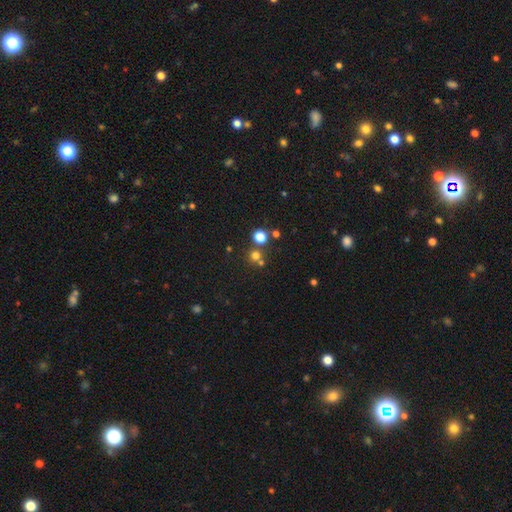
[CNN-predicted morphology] Smooth or featured: smooth — 69% (star or artifact — 23%)
How rounded: round — 92% (in between — 7%)
Merging: none — 69% (merger — 22%)